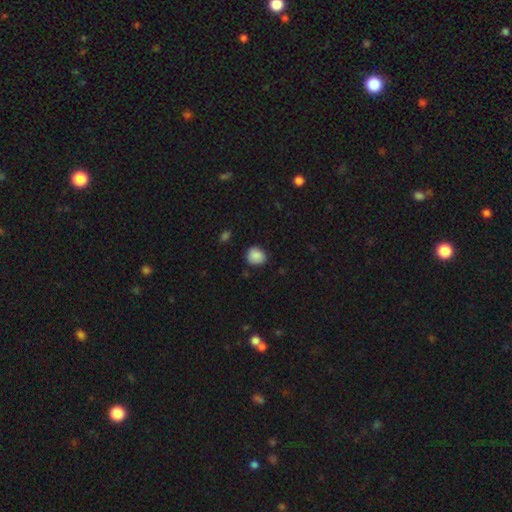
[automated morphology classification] Smooth or featured? Predicted: smooth (p=0.88). How rounded? Predicted: round (p=0.74). Merging? Predicted: none (p=0.80).